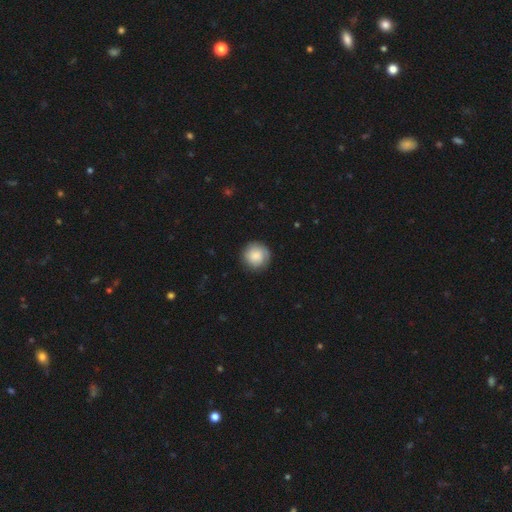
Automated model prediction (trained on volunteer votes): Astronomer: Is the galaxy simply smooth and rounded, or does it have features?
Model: smooth — 79%.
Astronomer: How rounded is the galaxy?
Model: round — 94%.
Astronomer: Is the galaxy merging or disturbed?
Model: none — 84%.